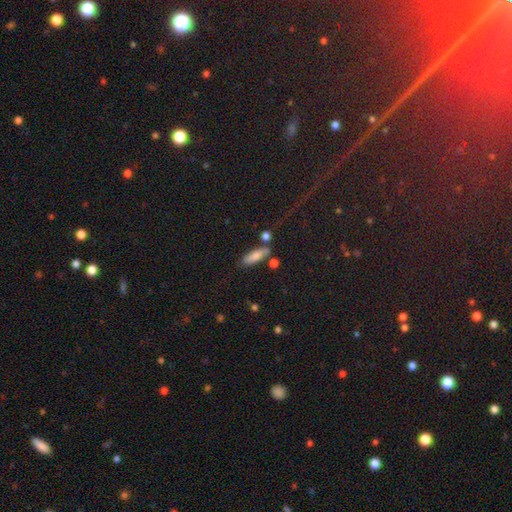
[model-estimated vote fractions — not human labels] This appears to be a smooth galaxy with no disk features (76%) that is in between round and cigar-shaped (52%). Merging: none (65%).